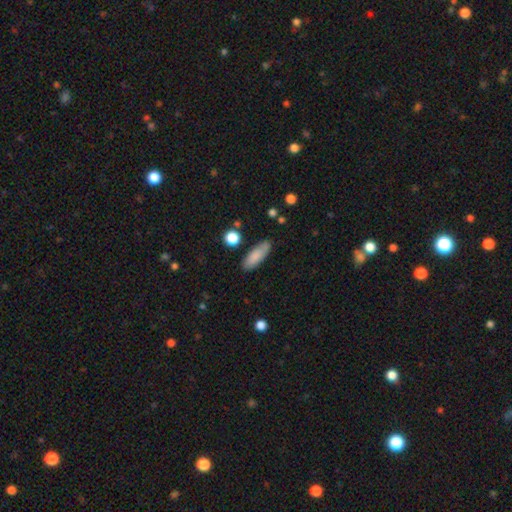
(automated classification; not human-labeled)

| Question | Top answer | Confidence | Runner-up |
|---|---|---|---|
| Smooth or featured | smooth | 83% | featured or disk (10%) |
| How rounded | in between | 61% | cigar-shaped (37%) |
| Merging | none | 81% | minor disturbance (14%) |